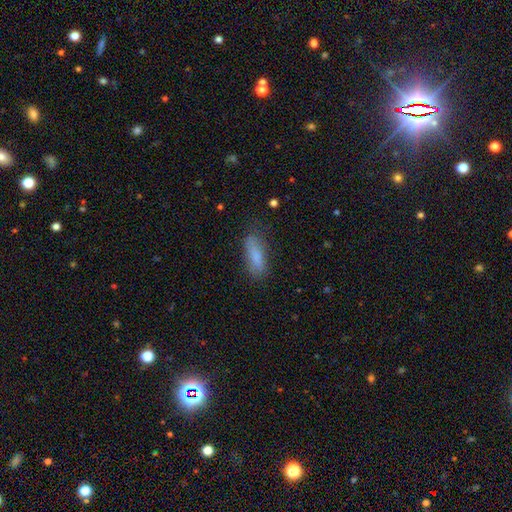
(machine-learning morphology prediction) Overall: smooth (81%). How rounded: in between (51%; cigar-shaped 47%). Merging: none (72%).